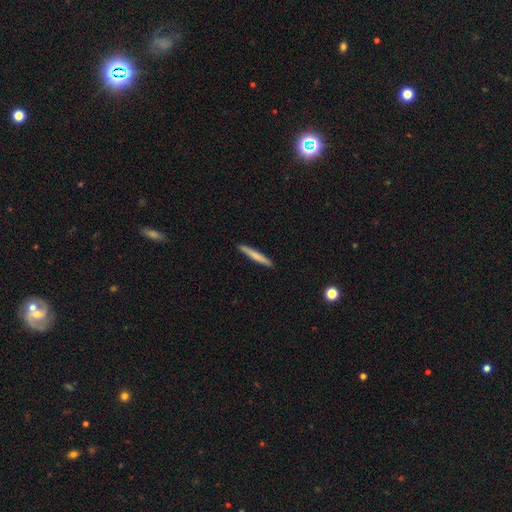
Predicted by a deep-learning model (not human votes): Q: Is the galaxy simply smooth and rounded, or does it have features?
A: smooth — 72%.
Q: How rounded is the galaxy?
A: cigar-shaped — 96%.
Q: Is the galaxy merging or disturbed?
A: none — 91%.